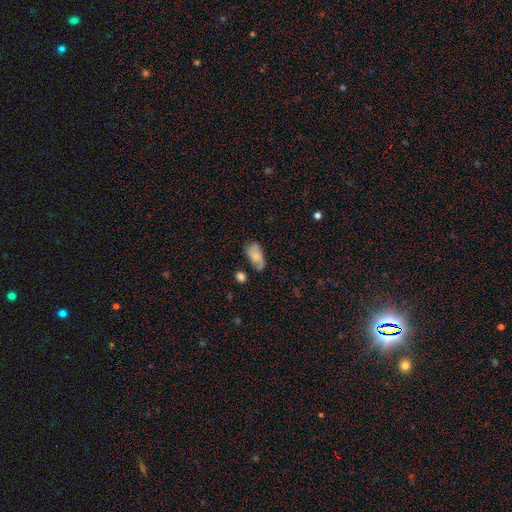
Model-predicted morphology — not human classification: smooth 60%, featured or disk 32%, star or artifact 8%. Down the decision tree: how rounded — in between (91%); merging — none (57%).